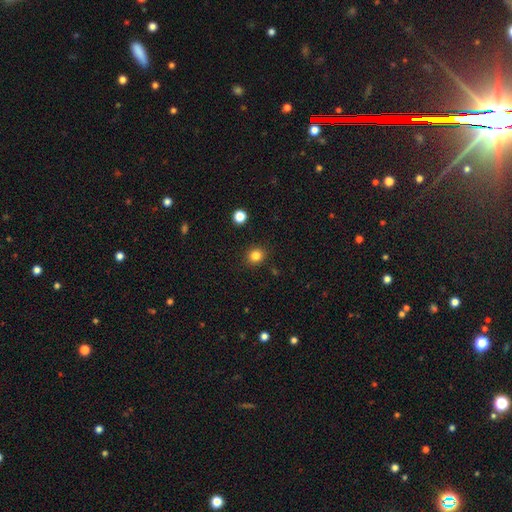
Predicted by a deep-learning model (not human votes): smooth-or-featured: smooth: 83% | star or artifact: 12% | featured or disk: 5%
  how-rounded: round: 82% | in between: 17% | cigar-shaped: 1%
  merging: none: 90% | minor disturbance: 6% | major disturbance: 2% | merger: 1%